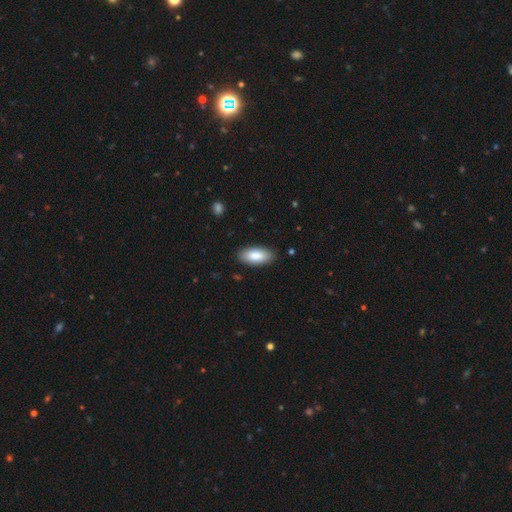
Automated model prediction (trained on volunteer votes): smooth-or-featured: smooth: 86% | featured or disk: 8% | star or artifact: 6%
  how-rounded: in between: 89% | cigar-shaped: 9% | round: 2%
  merging: none: 87% | minor disturbance: 9% | major disturbance: 2% | merger: 1%